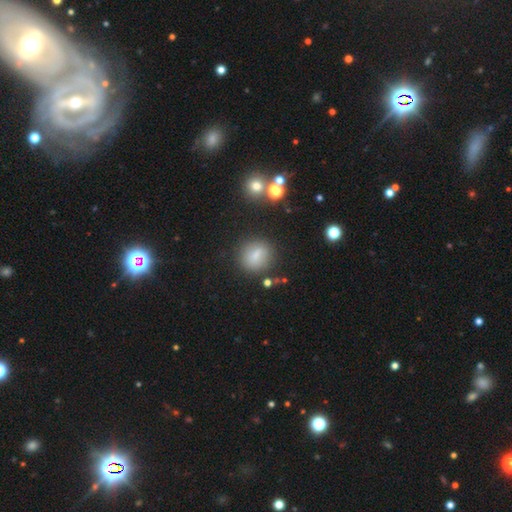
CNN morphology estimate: A smooth galaxy with no disk features (77%) that is round (75%).

Vote fractions:
- Smooth or featured? smooth: 77% / featured or disk: 12% / star or artifact: 11%
- How rounded? round: 75% / in between: 23% / cigar-shaped: 2%
- Merging? none: 80% / minor disturbance: 12% / major disturbance: 4% / merger: 4%